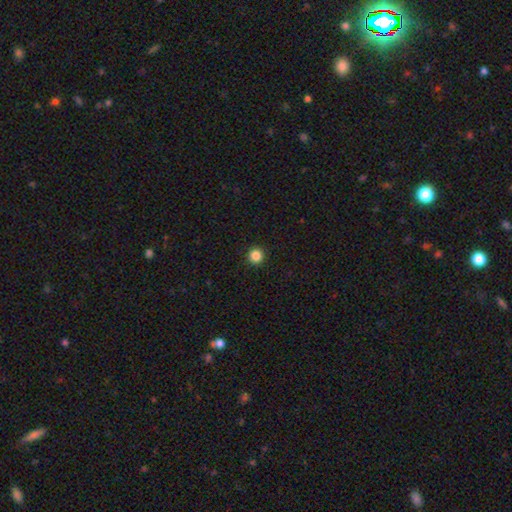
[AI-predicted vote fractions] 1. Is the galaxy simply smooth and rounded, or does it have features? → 85% smooth, 11% star or artifact, 3% featured or disk.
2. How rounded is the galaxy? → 96% round, 3% in between, 1% cigar-shaped.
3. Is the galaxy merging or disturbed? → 94% none, 4% minor disturbance, 1% major disturbance, 1% merger.